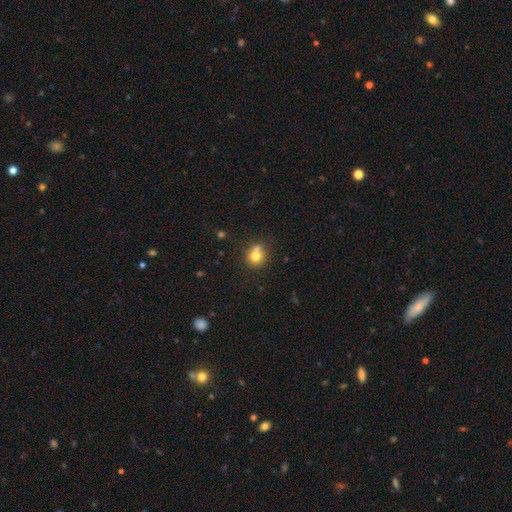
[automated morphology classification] Smooth or featured: smooth — 75% (featured or disk — 14%)
How rounded: round — 81% (in between — 18%)
Merging: none — 47% (merger — 37%)